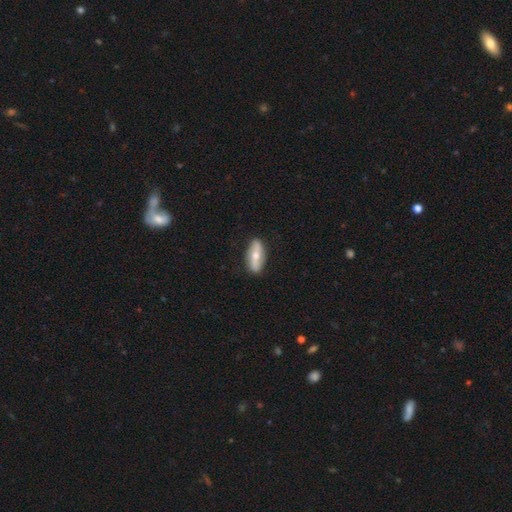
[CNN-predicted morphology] Smooth or featured? featured or disk (56%)
Edge-on disk? no (68%)
Merging? none (86%)